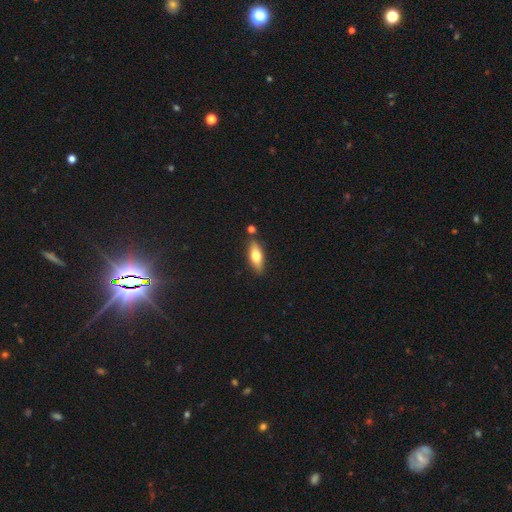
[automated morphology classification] type=smooth (66%); roundness=in between (65%); merging=none (80%).